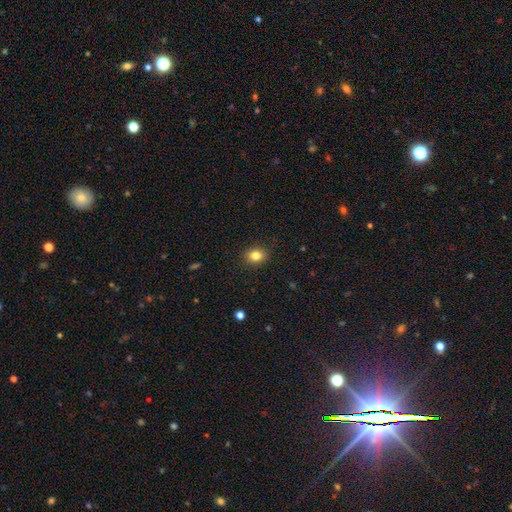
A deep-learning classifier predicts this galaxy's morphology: This appears to be a smooth galaxy with no disk features (82%) that is in between round and cigar-shaped (51%). Merging: none (89%).